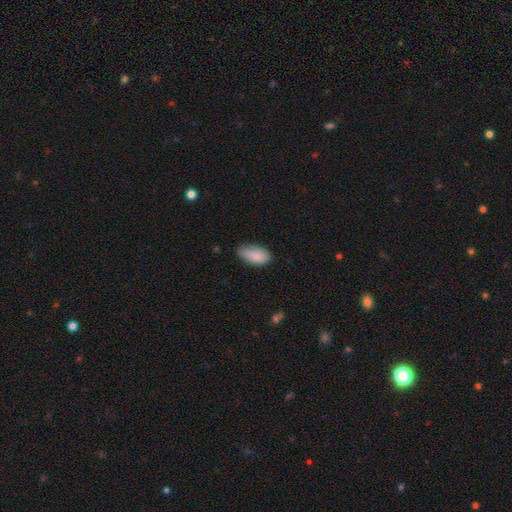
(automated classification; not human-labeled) This is clearly a smooth galaxy (86%). How rounded: clearly in between (93%). Merging: likely none (66%).